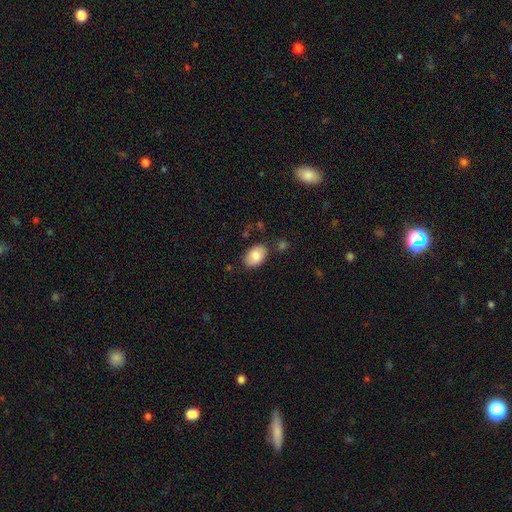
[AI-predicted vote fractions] Q: Smooth or featured?
A: smooth (81%); runner-up: featured or disk (12%)
Q: How rounded?
A: in between (90%); runner-up: round (9%)
Q: Merging?
A: none (79%); runner-up: minor disturbance (14%)